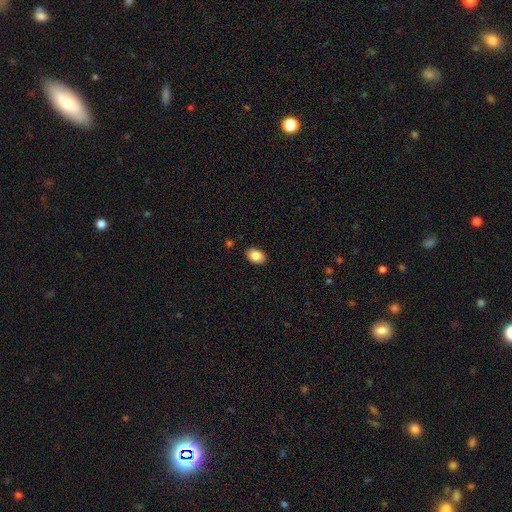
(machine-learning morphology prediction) This appears to be a smooth galaxy with no disk features (85%) that is in between round and cigar-shaped (81%). Merging: none (89%).